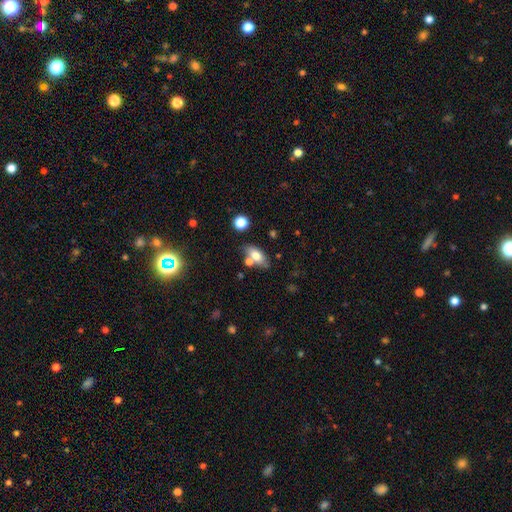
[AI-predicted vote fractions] Overall: smooth (73%). How rounded: in between (84%). Merging: none (62%).